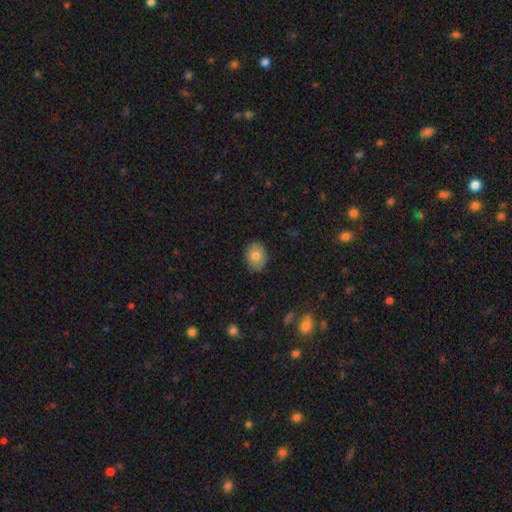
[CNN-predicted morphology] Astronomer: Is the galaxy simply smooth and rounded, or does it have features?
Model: smooth — 79%.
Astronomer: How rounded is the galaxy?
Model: in between — 59% (runner-up: round, 40%).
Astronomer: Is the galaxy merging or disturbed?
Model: none — 86%.